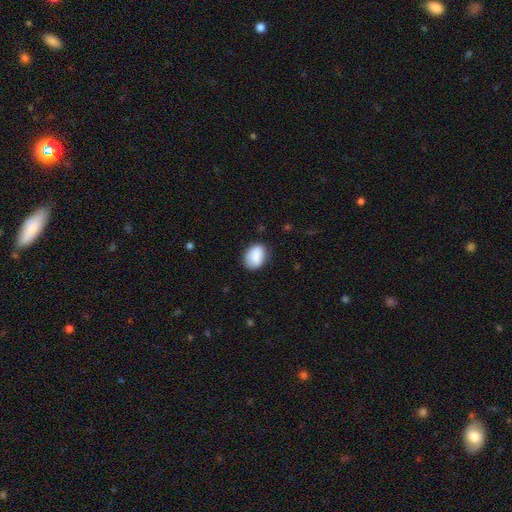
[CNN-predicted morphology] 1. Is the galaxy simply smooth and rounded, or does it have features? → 85% smooth, 7% featured or disk, 7% star or artifact.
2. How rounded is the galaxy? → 74% in between, 25% round, 1% cigar-shaped.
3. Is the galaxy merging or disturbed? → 76% none, 18% minor disturbance, 4% major disturbance, 2% merger.